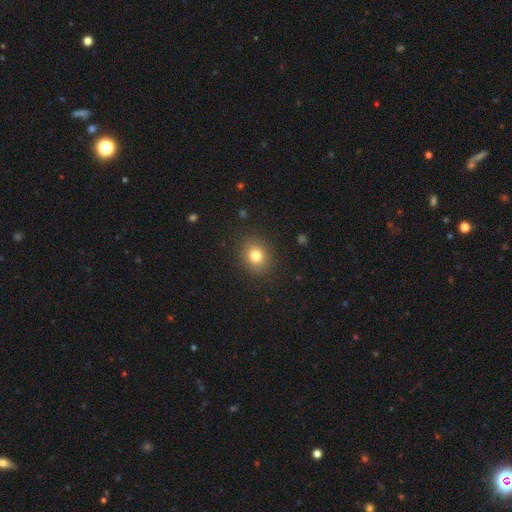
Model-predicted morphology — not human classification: Smooth or featured: smooth — 79% (star or artifact — 12%)
How rounded: round — 72% (in between — 27%)
Merging: none — 89% (minor disturbance — 7%)